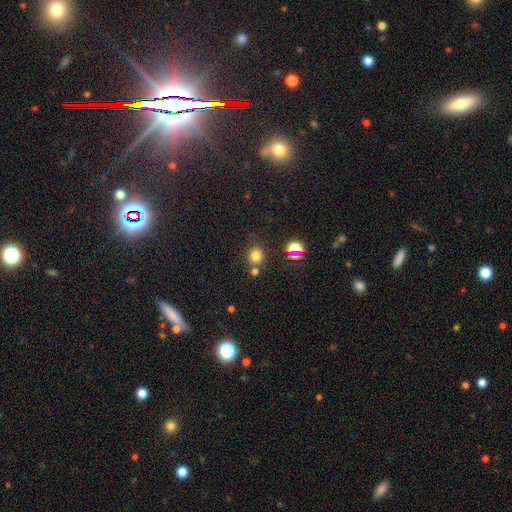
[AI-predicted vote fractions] The model was most divided on "smooth or featured": smooth: 75%, star or artifact: 19%, featured or disk: 6%. More confident: how rounded — round (89%); merging — none (73%).